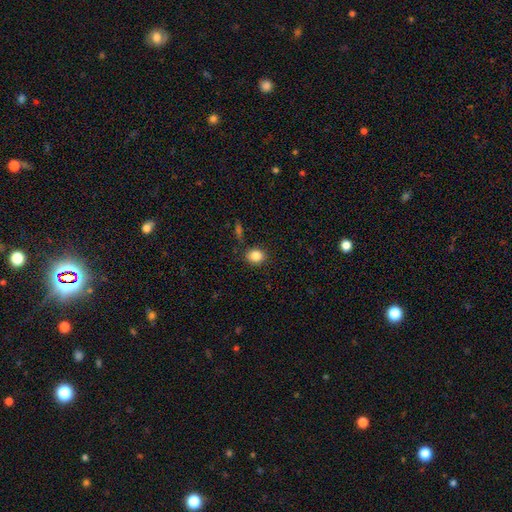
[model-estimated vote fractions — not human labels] Morphology: type=smooth (85%); roundness=round (66%); merging=none (85%).